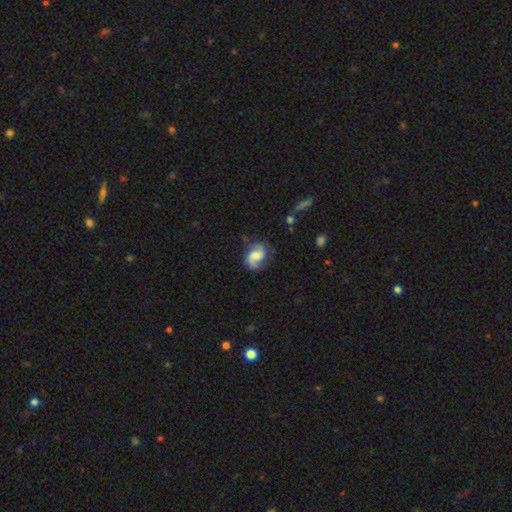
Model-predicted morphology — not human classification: The model was most divided on "spiral winding": medium: 44%, loose: 39%, tight: 16%. Remaining: edge-on disk — no (98%); spiral arms — yes (95%); spiral arm count — 2 (88%); smooth or featured — featured or disk (74%); merging — none (70%); bar — no (49%); bulge size — moderate (43%).